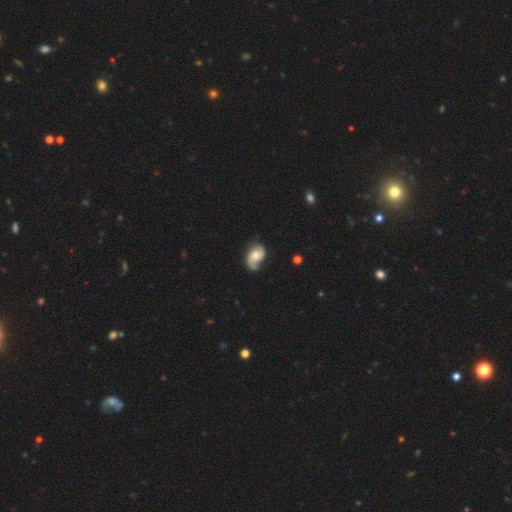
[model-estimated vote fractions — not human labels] Smooth or featured: featured or disk — 64% (smooth — 29%)
Edge-on disk: no — 97% (yes — 3%)
Bar: no — 66% (weak — 29%)
Spiral arms: yes — 91% (no — 9%)
Spiral winding: medium — 39% (loose — 38%)
Spiral arm count: 2 — 65% (1 — 24%)
Bulge size: moderate — 54% (small — 34%)
Merging: none — 56% (minor disturbance — 28%)